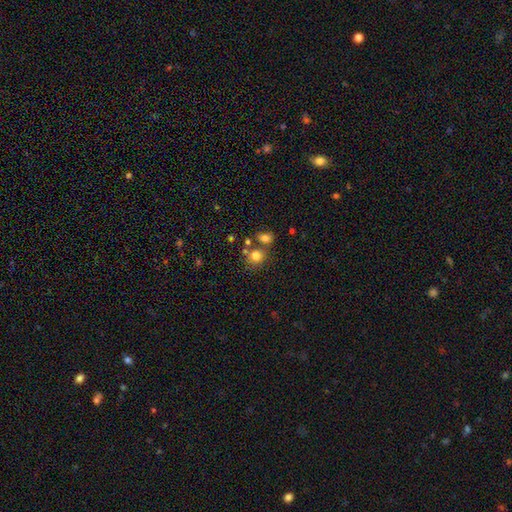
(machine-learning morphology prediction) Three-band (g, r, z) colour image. It shows a smooth galaxy with no disk features (78%) that is round (74%). Merging: none (56%).